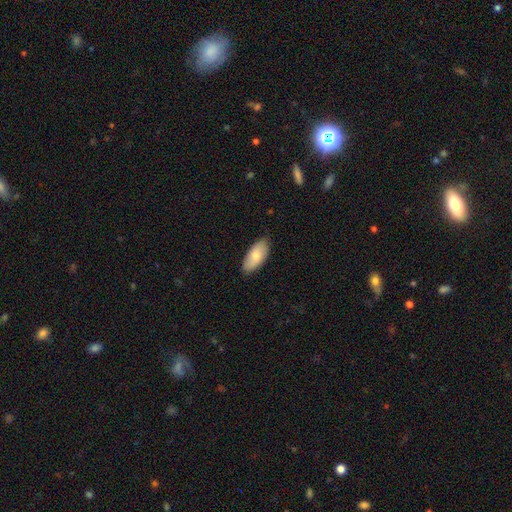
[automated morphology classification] The model was most divided on "smooth or featured": smooth: 77%, featured or disk: 18%, star or artifact: 5%. More confident: how rounded — in between (91%); merging — none (84%).